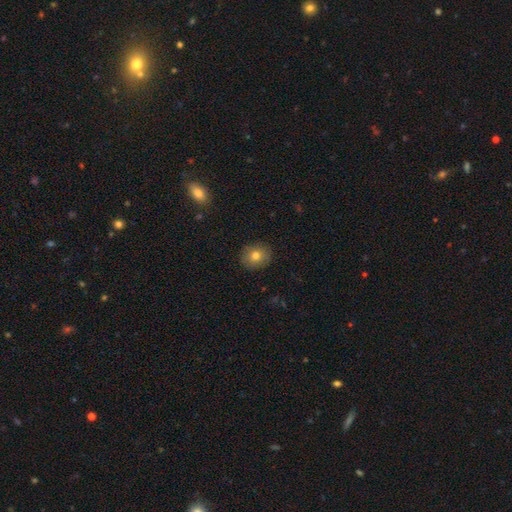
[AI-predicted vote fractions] smooth_or_featured: smooth (p=0.77) [alt: featured or disk p=0.13]
how_rounded: round (p=0.70) [alt: in between p=0.29]
merging: none (p=0.88) [alt: minor disturbance p=0.09]